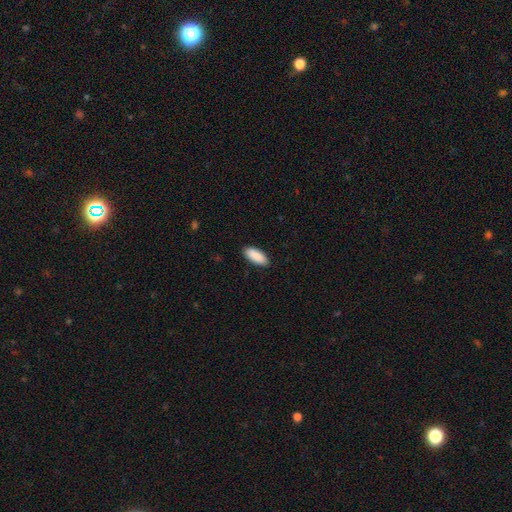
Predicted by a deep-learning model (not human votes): smooth_or_featured: smooth (p=0.91) [alt: star or artifact p=0.06]
how_rounded: in between (p=0.85) [alt: cigar-shaped p=0.13]
merging: none (p=0.90) [alt: minor disturbance p=0.08]